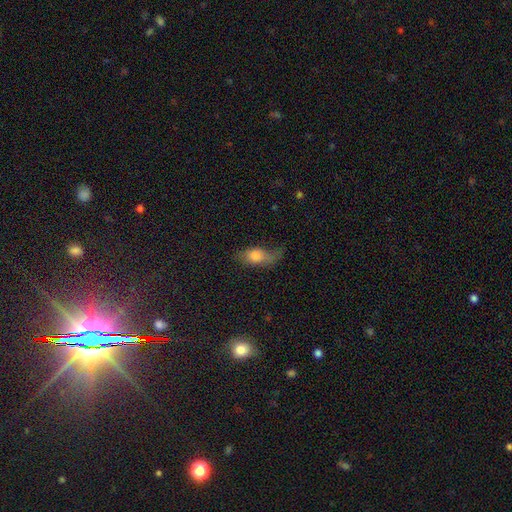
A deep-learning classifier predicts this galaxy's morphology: Q: Smooth or featured?
A: smooth (68%); runner-up: featured or disk (22%)
Q: How rounded?
A: in between (78%); runner-up: cigar-shaped (12%)
Q: Merging?
A: none (41%); runner-up: minor disturbance (32%)